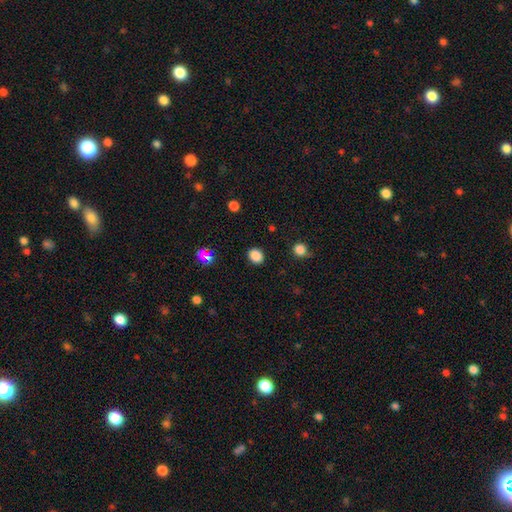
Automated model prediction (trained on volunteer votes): Smooth or featured?
  - smooth: 84% *
  - star or artifact: 12%
  - featured or disk: 3%
How rounded?
  - round: 63% *
  - in between: 36%
  - cigar-shaped: 1%
Merging?
  - none: 89% *
  - minor disturbance: 7%
  - major disturbance: 3%
  - merger: 1%